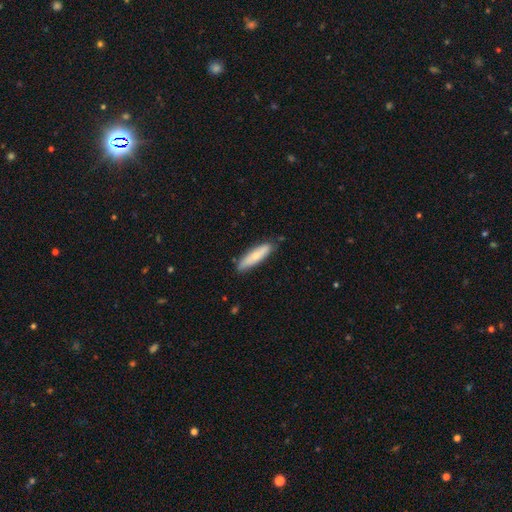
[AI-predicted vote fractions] Smooth or featured? Predicted: smooth (p=0.64). How rounded? Predicted: cigar-shaped (p=0.70). Merging? Predicted: none (p=0.81).